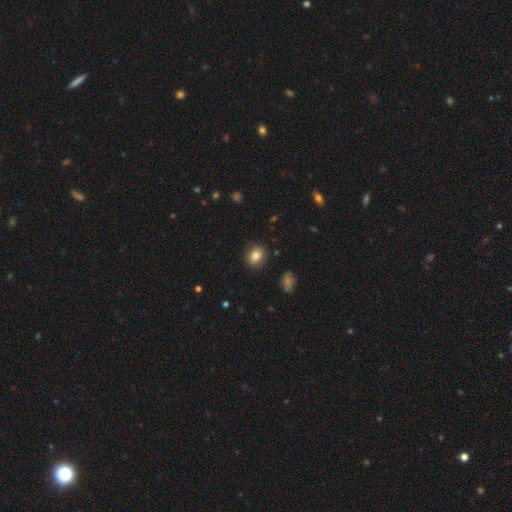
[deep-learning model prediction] Q: Smooth or featured?
A: smooth (81%); runner-up: star or artifact (10%)
Q: How rounded?
A: round (56%); runner-up: in between (43%)
Q: Merging?
A: none (87%); runner-up: minor disturbance (10%)